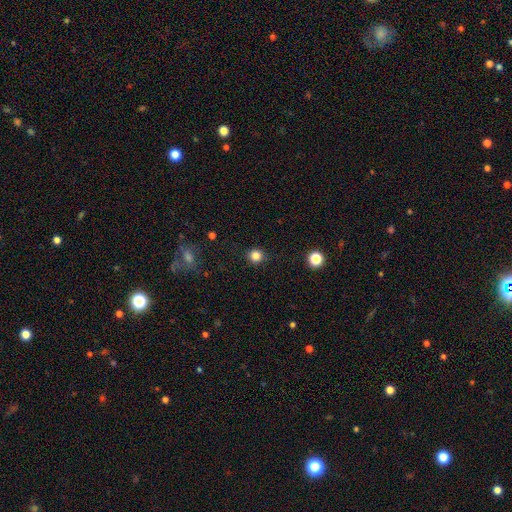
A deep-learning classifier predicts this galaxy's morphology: smooth-or-featured: smooth: 84% | star or artifact: 13% | featured or disk: 4%
  how-rounded: round: 93% | in between: 6% | cigar-shaped: 1%
  merging: none: 91% | minor disturbance: 6% | major disturbance: 2% | merger: 1%